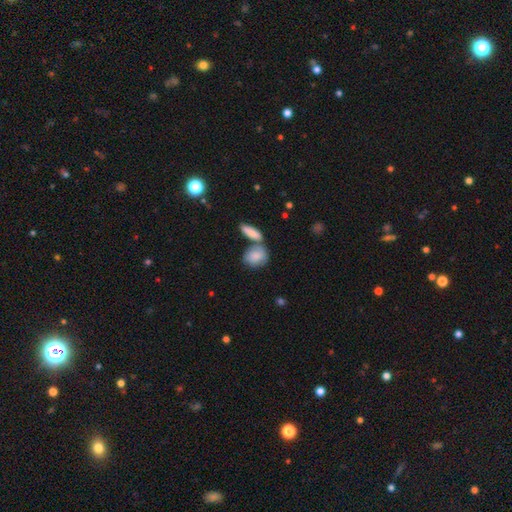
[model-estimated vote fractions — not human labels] A smooth galaxy with no disk features (82%) that is in between round and cigar-shaped (63%). Merging: none (44%).